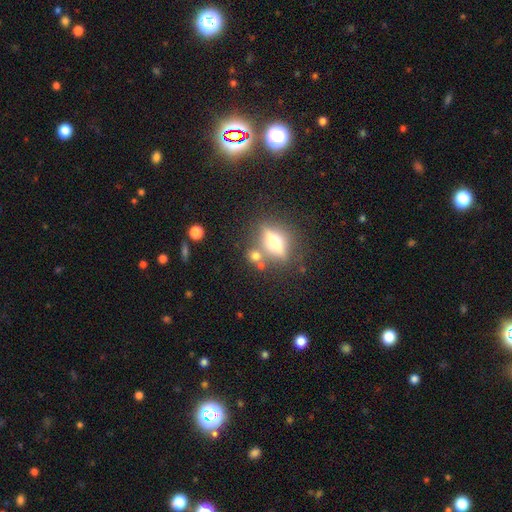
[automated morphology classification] Smooth or featured? smooth (51%)
How rounded? round (43%)
Merging? none (67%)